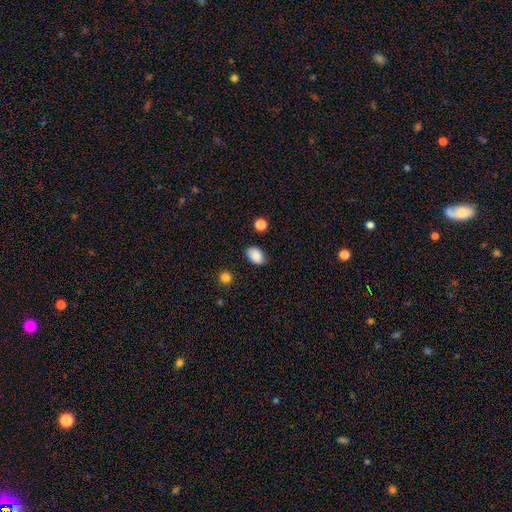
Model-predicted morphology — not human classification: smooth-or-featured: smooth: 87% | star or artifact: 8% | featured or disk: 5%
  how-rounded: in between: 86% | round: 13% | cigar-shaped: 1%
  merging: none: 78% | minor disturbance: 17% | major disturbance: 3% | merger: 2%